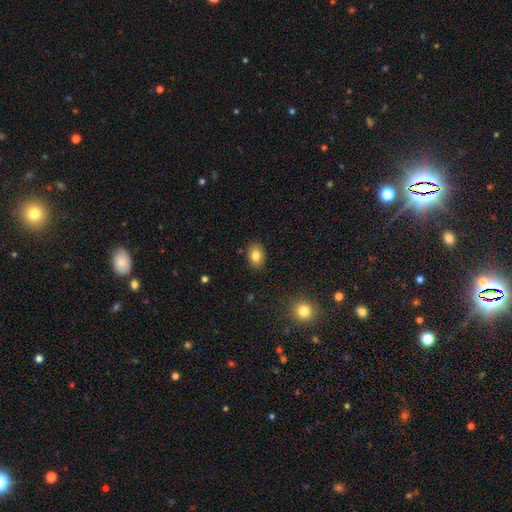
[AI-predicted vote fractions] Overall: smooth (82%). How rounded: in between (72%). Merging: none (87%).